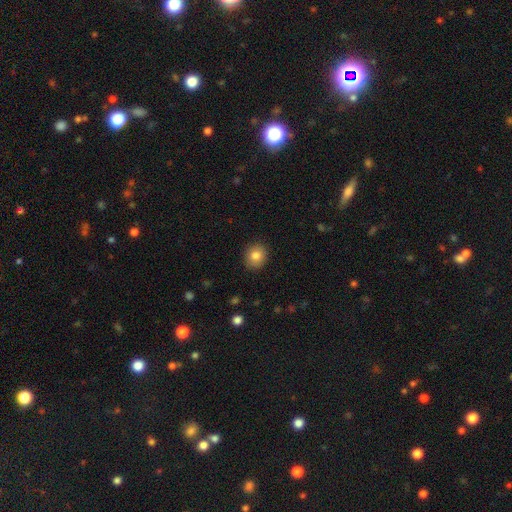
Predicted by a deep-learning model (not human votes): Smooth or featured: smooth — 82% (star or artifact — 9%)
How rounded: round — 76% (in between — 23%)
Merging: none — 90% (minor disturbance — 7%)